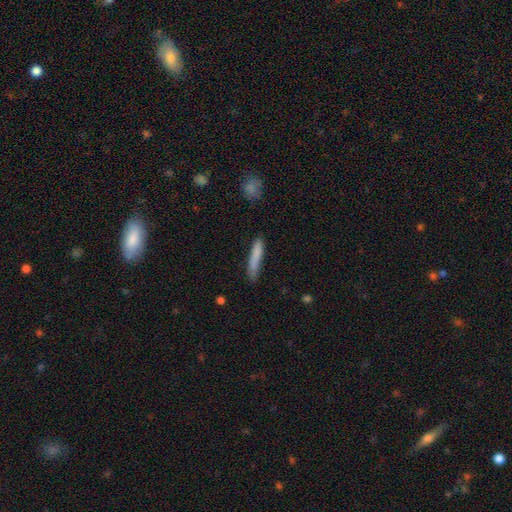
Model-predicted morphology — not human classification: This appears to be a smooth galaxy with no disk features (82%) that is cigar-shaped (91%). Merging: none (76%).